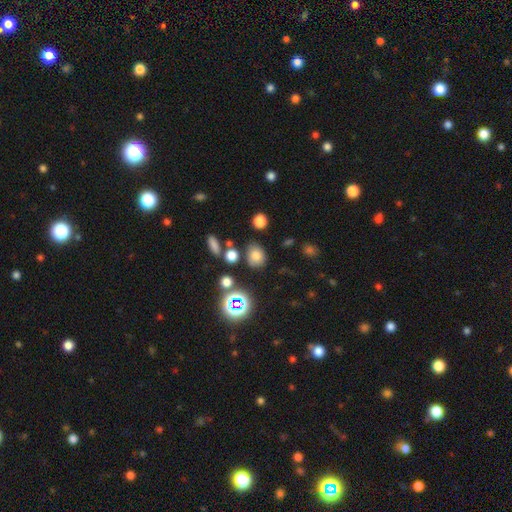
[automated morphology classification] Q: Smooth or featured?
A: smooth (73%); runner-up: star or artifact (18%)
Q: How rounded?
A: round (55%); runner-up: in between (43%)
Q: Merging?
A: none (76%); runner-up: minor disturbance (13%)